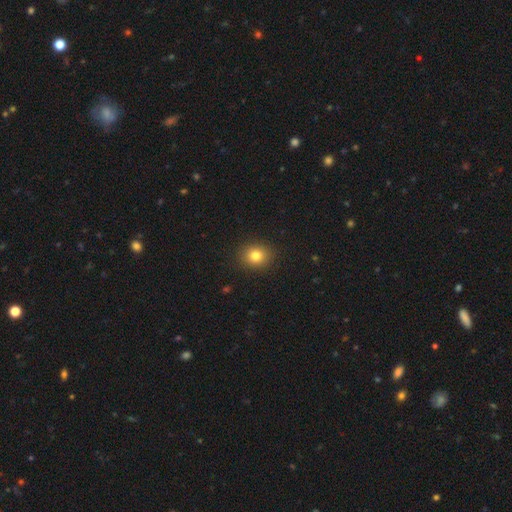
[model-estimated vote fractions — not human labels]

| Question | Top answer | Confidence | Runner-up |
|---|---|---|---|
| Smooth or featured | smooth | 80% | star or artifact (12%) |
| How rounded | round | 71% | in between (28%) |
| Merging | none | 90% | minor disturbance (7%) |